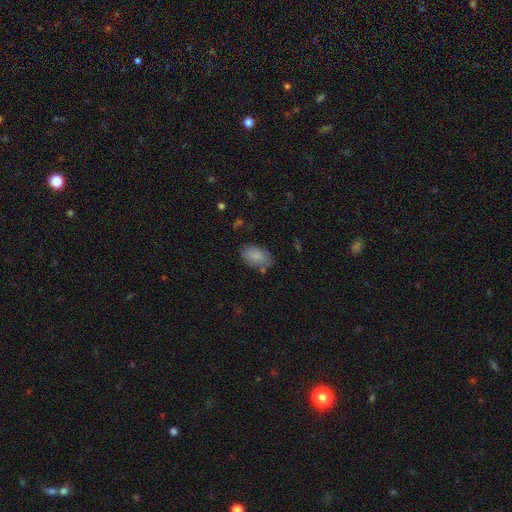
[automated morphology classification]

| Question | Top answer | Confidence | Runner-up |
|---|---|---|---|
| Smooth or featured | smooth | 85% | featured or disk (8%) |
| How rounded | in between | 91% | round (8%) |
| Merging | none | 72% | minor disturbance (19%) |